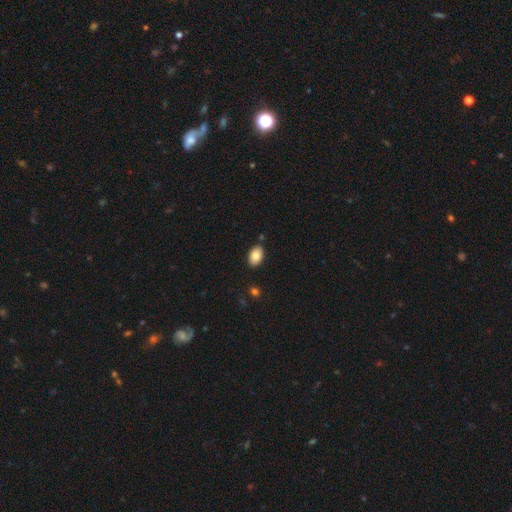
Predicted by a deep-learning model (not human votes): smooth 86%, star or artifact 7%, featured or disk 7%. Down the decision tree: how rounded — in between (91%); merging — none (85%).